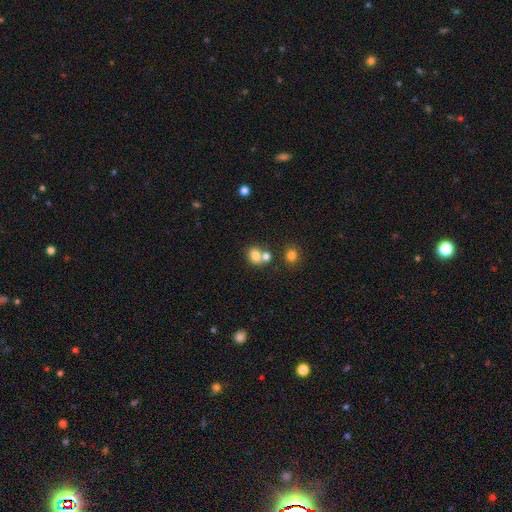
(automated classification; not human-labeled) Smooth or featured?
  - smooth: 77% *
  - star or artifact: 12%
  - featured or disk: 11%
How rounded?
  - round: 63% *
  - in between: 36%
  - cigar-shaped: 1%
Merging?
  - none: 47% *
  - merger: 40%
  - minor disturbance: 9%
  - major disturbance: 4%